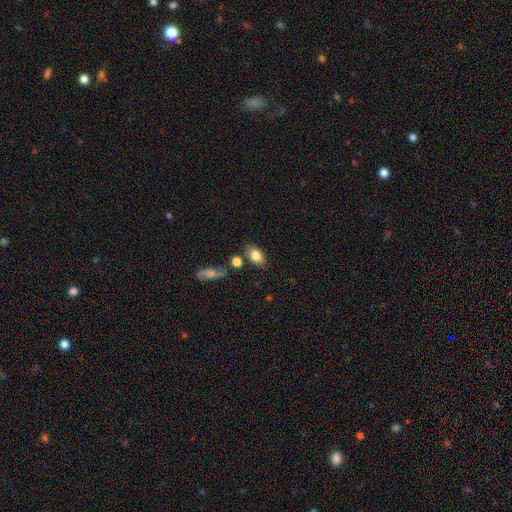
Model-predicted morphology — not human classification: type=smooth (82%); roundness=in between (84%); merging=none (72%).